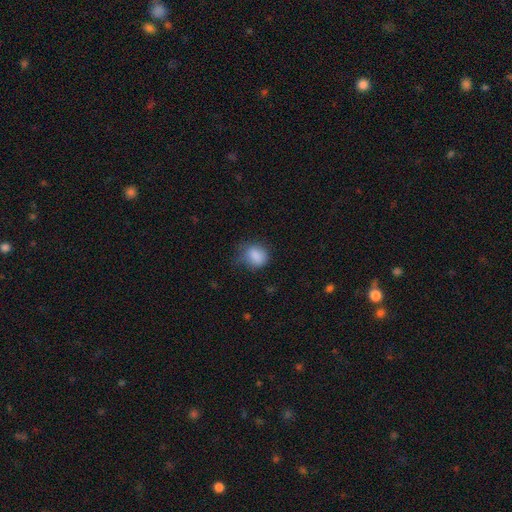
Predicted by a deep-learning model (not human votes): The model was most divided on "how rounded": round: 54%, in between: 45%, cigar-shaped: 1%. More confident: smooth or featured — smooth (85%); merging — none (51%).